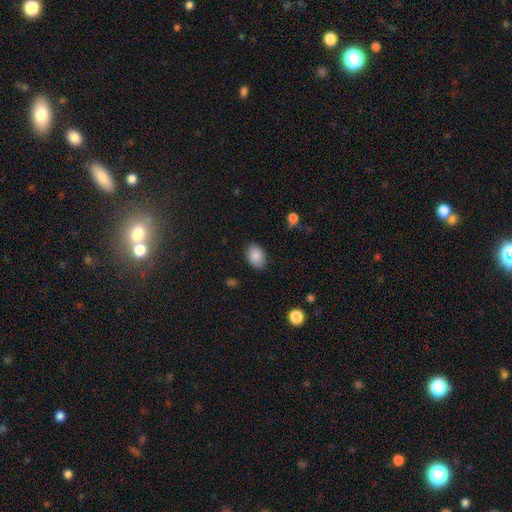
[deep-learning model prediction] A smooth galaxy with no disk features (88%) that is in between round and cigar-shaped (82%).

Vote fractions:
- Smooth or featured? smooth: 88% / star or artifact: 7% / featured or disk: 4%
- How rounded? in between: 82% / round: 17% / cigar-shaped: 1%
- Merging? none: 84% / minor disturbance: 12% / major disturbance: 3% / merger: 1%